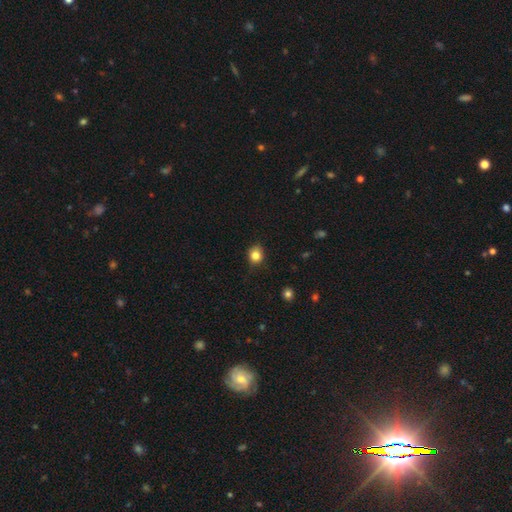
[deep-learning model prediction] Smooth or featured: smooth — 82% (star or artifact — 11%)
How rounded: round — 73% (in between — 26%)
Merging: none — 83% (minor disturbance — 14%)